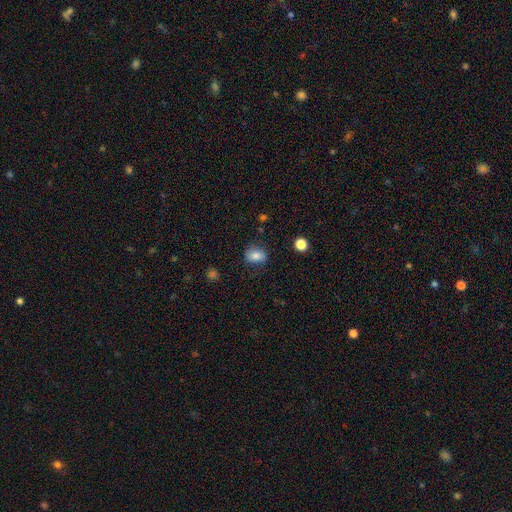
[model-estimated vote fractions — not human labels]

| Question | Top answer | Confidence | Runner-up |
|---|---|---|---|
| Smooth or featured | smooth | 80% | featured or disk (11%) |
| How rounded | in between | 61% | round (38%) |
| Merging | none | 75% | minor disturbance (18%) |